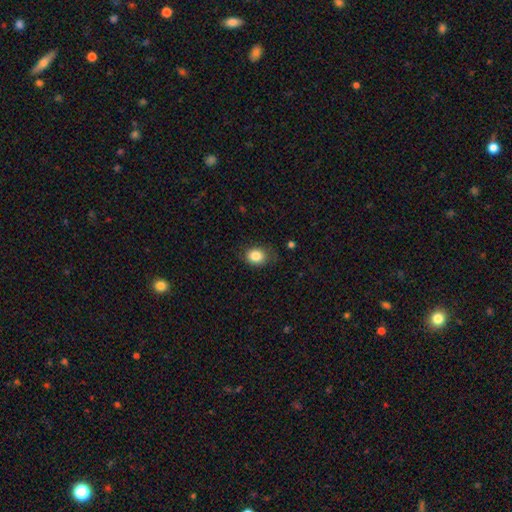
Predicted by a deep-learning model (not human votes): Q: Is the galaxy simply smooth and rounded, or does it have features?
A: smooth — 85%.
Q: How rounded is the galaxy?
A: in between — 52%.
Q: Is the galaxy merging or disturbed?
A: none — 75%.